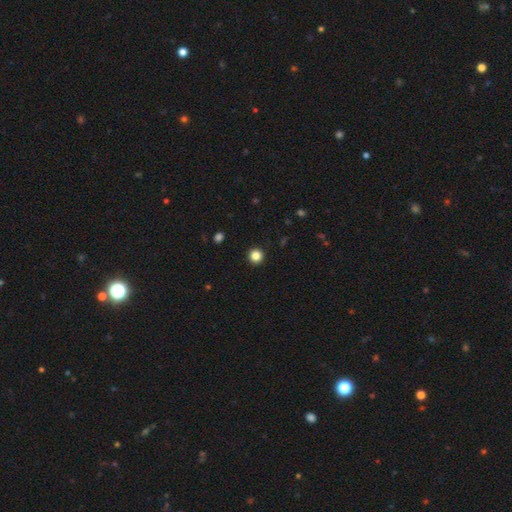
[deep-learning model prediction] The model was most divided on "smooth or featured": smooth: 84%, star or artifact: 12%, featured or disk: 4%. More confident: how rounded — round (96%); merging — none (94%).